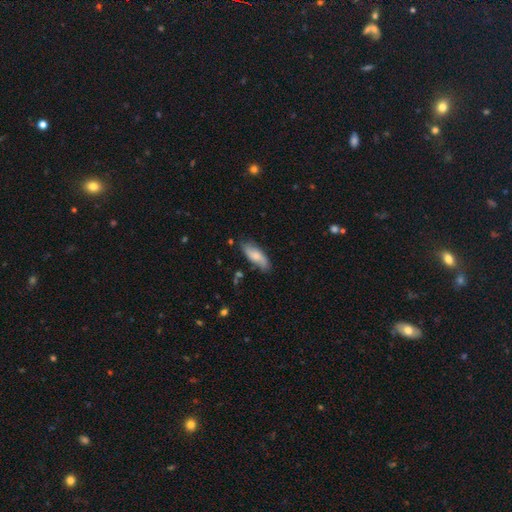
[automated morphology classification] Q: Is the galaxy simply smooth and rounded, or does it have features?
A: smooth — 72%.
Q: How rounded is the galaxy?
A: in between — 67%.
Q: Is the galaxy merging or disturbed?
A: none — 75%.